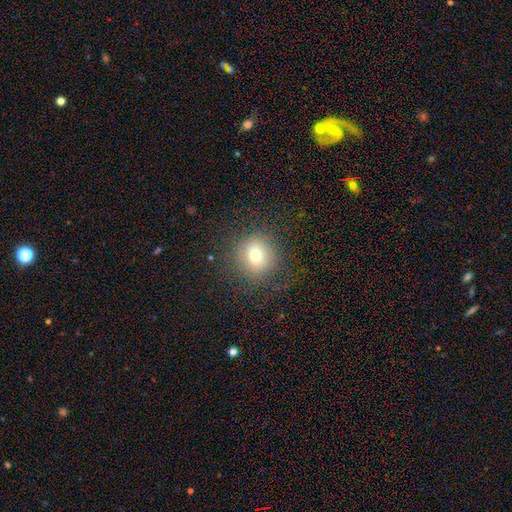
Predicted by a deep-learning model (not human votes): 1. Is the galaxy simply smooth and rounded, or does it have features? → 72% smooth, 15% star or artifact, 13% featured or disk.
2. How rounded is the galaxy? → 87% round, 12% in between, 1% cigar-shaped.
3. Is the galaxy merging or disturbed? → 83% none, 10% minor disturbance, 6% major disturbance, 1% merger.